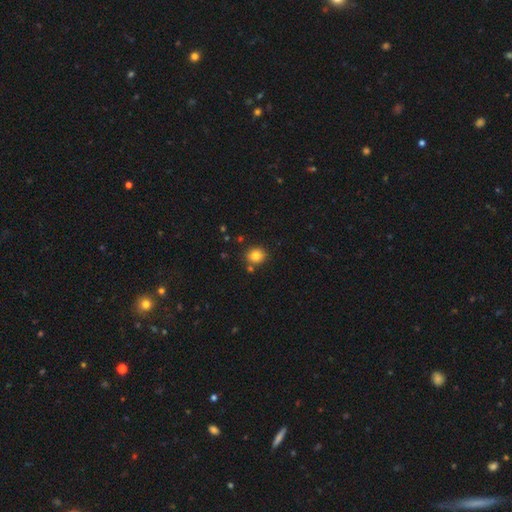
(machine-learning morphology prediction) Smooth or featured?
  - smooth: 82% *
  - star or artifact: 11%
  - featured or disk: 7%
How rounded?
  - round: 76% *
  - in between: 23%
  - cigar-shaped: 1%
Merging?
  - none: 81% *
  - minor disturbance: 9%
  - merger: 7%
  - major disturbance: 2%